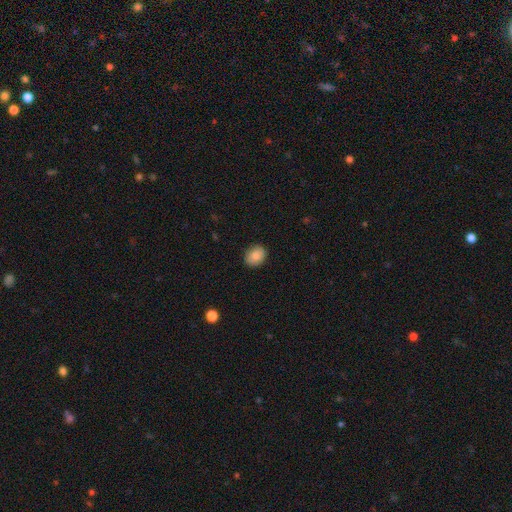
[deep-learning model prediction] smooth_or_featured: smooth (p=0.86) [alt: star or artifact p=0.08]
how_rounded: in between (p=0.54) [alt: round p=0.45]
merging: none (p=0.88) [alt: minor disturbance p=0.09]